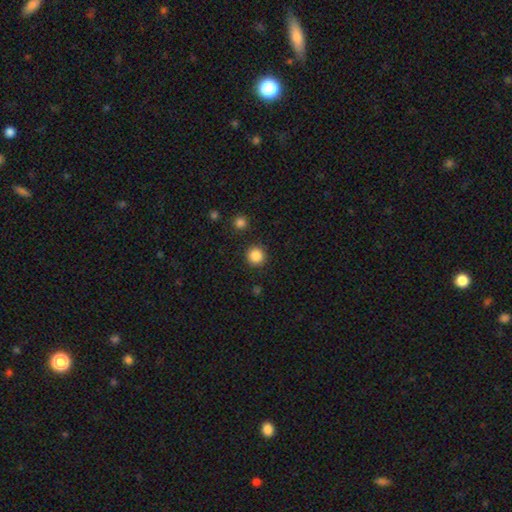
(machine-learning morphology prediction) smooth_or_featured: smooth (p=0.86) [alt: star or artifact p=0.11]
how_rounded: round (p=0.95) [alt: in between p=0.04]
merging: none (p=0.91) [alt: minor disturbance p=0.05]